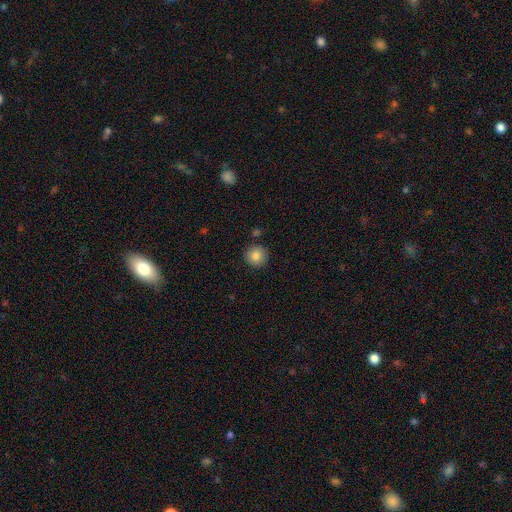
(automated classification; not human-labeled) Smooth or featured? Predicted: smooth (p=0.83). How rounded? Predicted: round (p=0.94). Merging? Predicted: none (p=0.88).